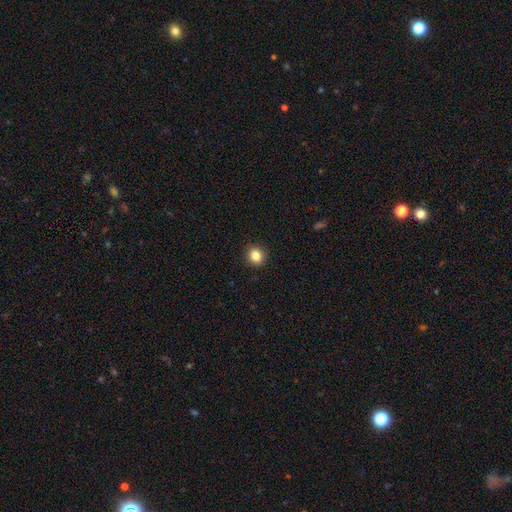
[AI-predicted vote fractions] This appears to be a smooth galaxy with no disk features (85%) that is round (76%). Merging: none (92%).